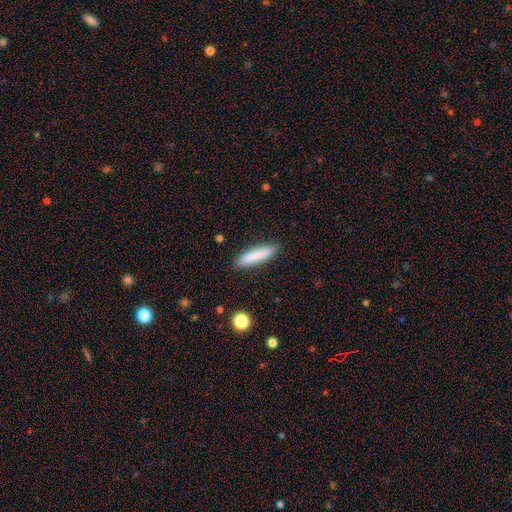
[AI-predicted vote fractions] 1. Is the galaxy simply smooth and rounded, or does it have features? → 84% smooth, 9% featured or disk, 6% star or artifact.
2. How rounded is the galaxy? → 80% cigar-shaped, 18% in between, 1% round.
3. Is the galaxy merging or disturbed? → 89% none, 8% minor disturbance, 2% major disturbance, 1% merger.